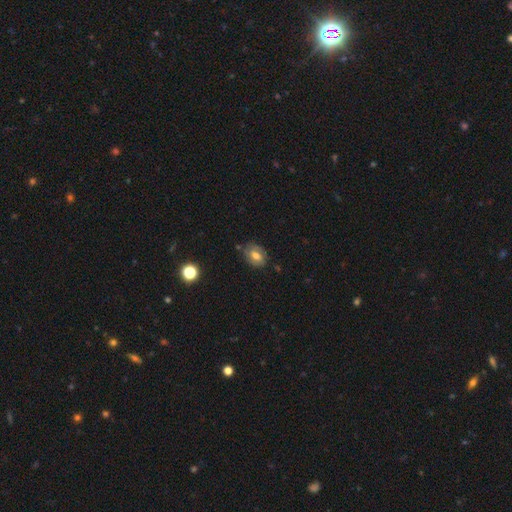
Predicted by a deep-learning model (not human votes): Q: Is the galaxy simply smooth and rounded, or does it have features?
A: smooth — 59%.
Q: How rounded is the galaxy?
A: in between — 79%.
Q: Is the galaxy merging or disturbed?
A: none — 67%.